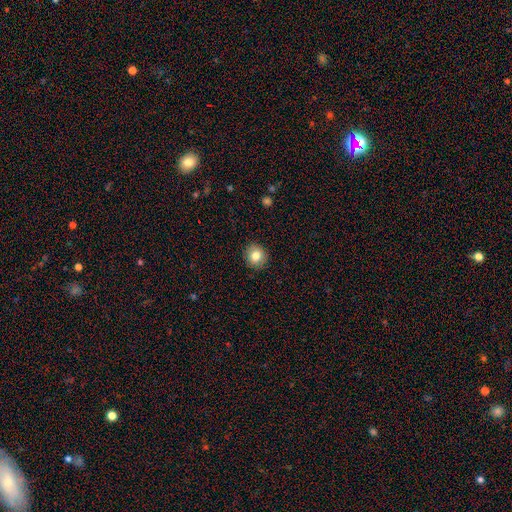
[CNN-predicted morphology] smooth_or_featured: smooth (p=0.81) [alt: star or artifact p=0.09]
how_rounded: round (p=0.85) [alt: in between p=0.14]
merging: none (p=0.91) [alt: minor disturbance p=0.07]